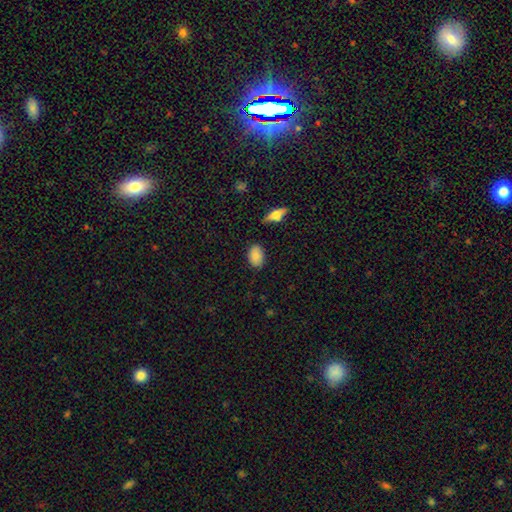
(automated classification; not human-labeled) The model was most divided on "merging": none: 82%, minor disturbance: 14%, major disturbance: 3%, merger: 2%. More confident: how rounded — in between (88%); smooth or featured — smooth (85%).